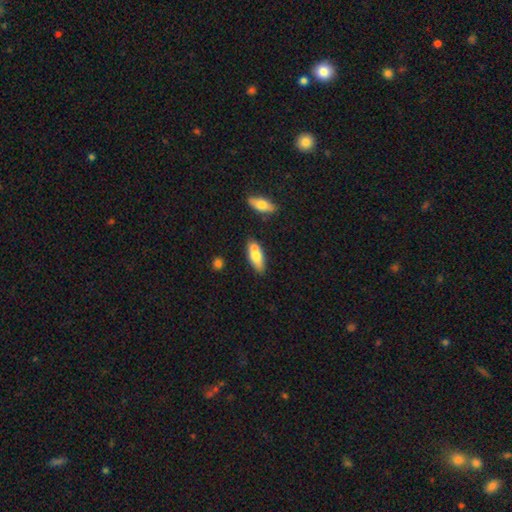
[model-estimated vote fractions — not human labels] Morphology: type=smooth (71%); roundness=in between (71%); merging=none (54%).